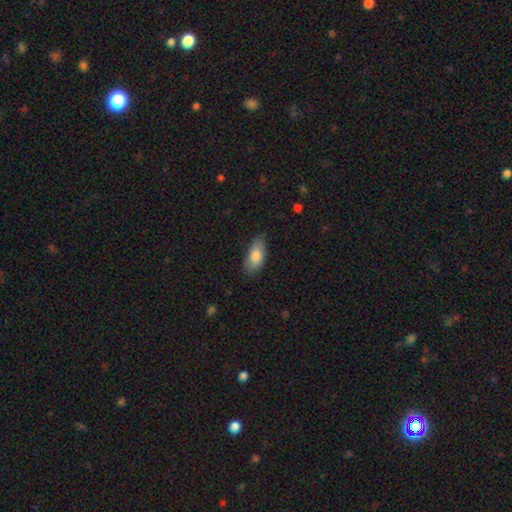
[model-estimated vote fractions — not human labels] smooth-or-featured: smooth: 82% | featured or disk: 12% | star or artifact: 6%
  how-rounded: in between: 87% | cigar-shaped: 10% | round: 3%
  merging: none: 79% | minor disturbance: 17% | major disturbance: 3% | merger: 1%